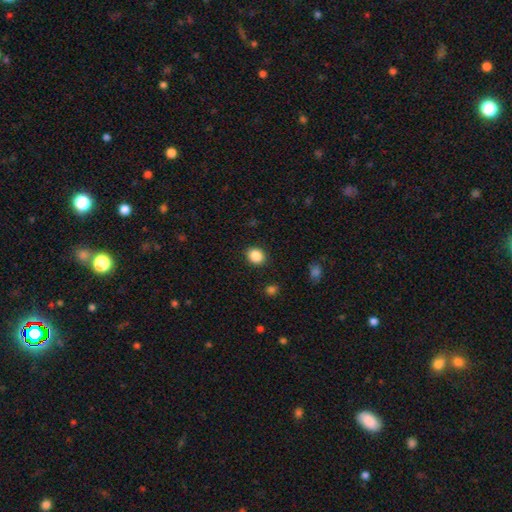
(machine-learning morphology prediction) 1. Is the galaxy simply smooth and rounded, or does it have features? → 87% smooth, 10% star or artifact, 4% featured or disk.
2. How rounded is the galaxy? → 69% round, 30% in between, 1% cigar-shaped.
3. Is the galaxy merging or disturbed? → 90% none, 7% minor disturbance, 2% major disturbance, 1% merger.